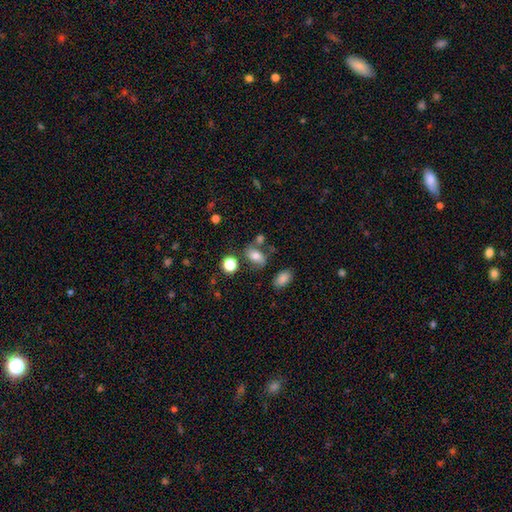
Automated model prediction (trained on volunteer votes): A smooth galaxy with no disk features (69%) that is in between round and cigar-shaped (79%). Merging: none (59%).